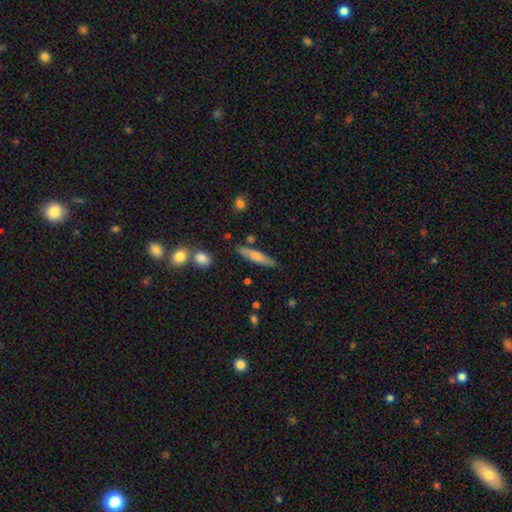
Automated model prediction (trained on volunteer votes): This appears to be a smooth galaxy with no disk features (58%) that is cigar-shaped (84%). Merging: none (82%).